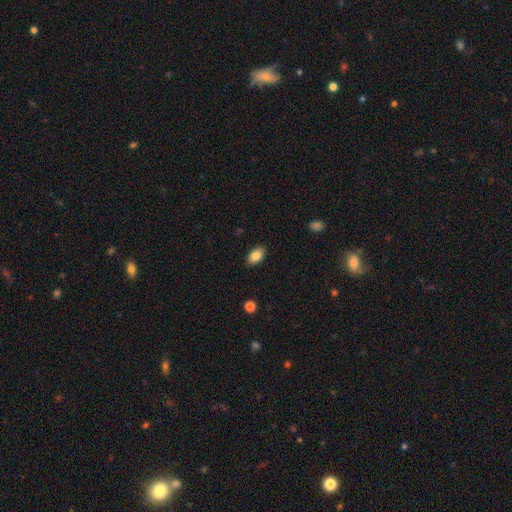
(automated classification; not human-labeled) smooth 84%, featured or disk 8%, star or artifact 8%. Down the decision tree: how rounded — in between (92%); merging — none (88%).